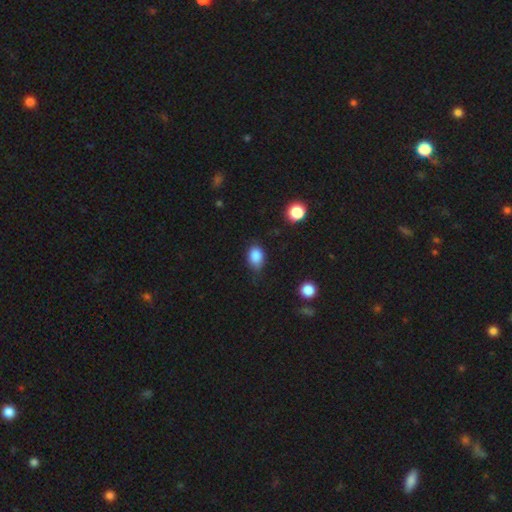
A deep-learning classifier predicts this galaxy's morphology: This appears to be a smooth galaxy with no disk features (86%) that is in between round and cigar-shaped (71%). Merging: none (64%).